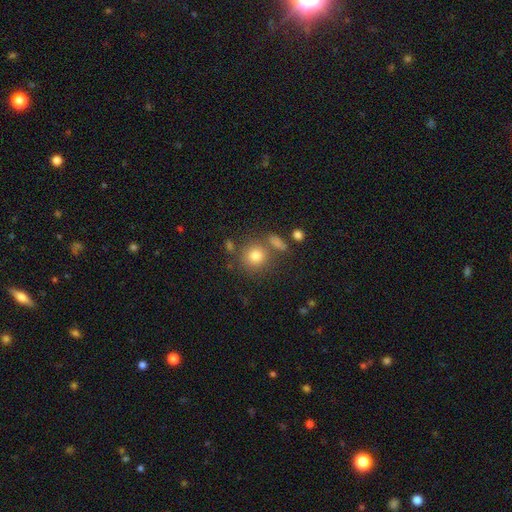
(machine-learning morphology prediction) Smooth or featured?
  - smooth: 79% *
  - star or artifact: 11%
  - featured or disk: 10%
How rounded?
  - round: 88% *
  - in between: 11%
  - cigar-shaped: 1%
Merging?
  - none: 70% *
  - merger: 13%
  - minor disturbance: 11%
  - major disturbance: 5%